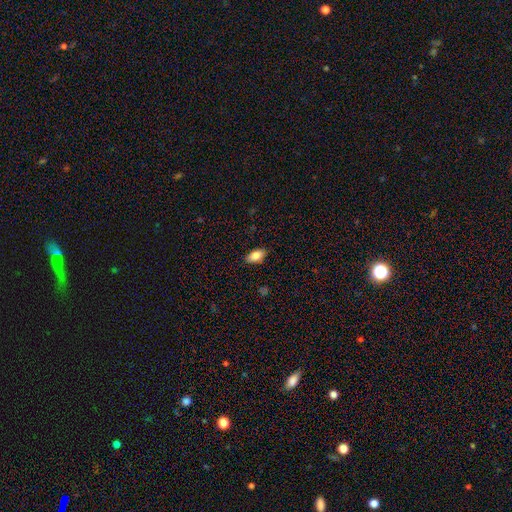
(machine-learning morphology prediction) Q: Smooth or featured?
A: smooth (85%); runner-up: featured or disk (8%)
Q: How rounded?
A: in between (91%); runner-up: cigar-shaped (5%)
Q: Merging?
A: none (86%); runner-up: minor disturbance (11%)